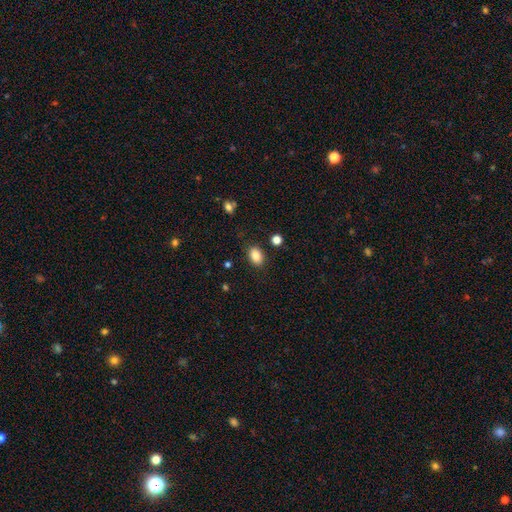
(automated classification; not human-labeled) The model was most divided on "how rounded": in between: 83%, round: 15%, cigar-shaped: 1%. More confident: smooth or featured — smooth (86%); merging — none (84%).